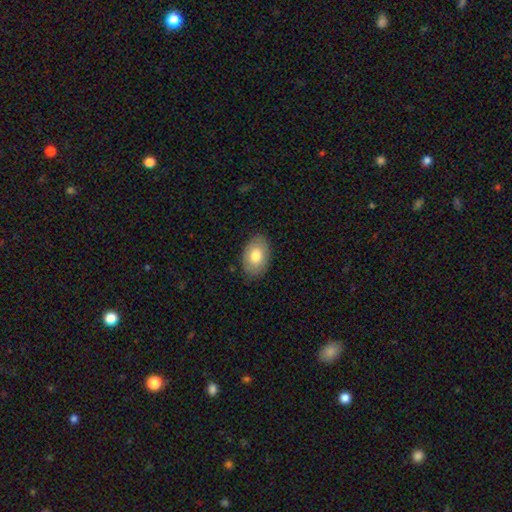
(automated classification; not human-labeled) smooth_or_featured: smooth (p=0.77) [alt: featured or disk p=0.16]
how_rounded: in between (p=0.88) [alt: round p=0.10]
merging: none (p=0.85) [alt: minor disturbance p=0.11]